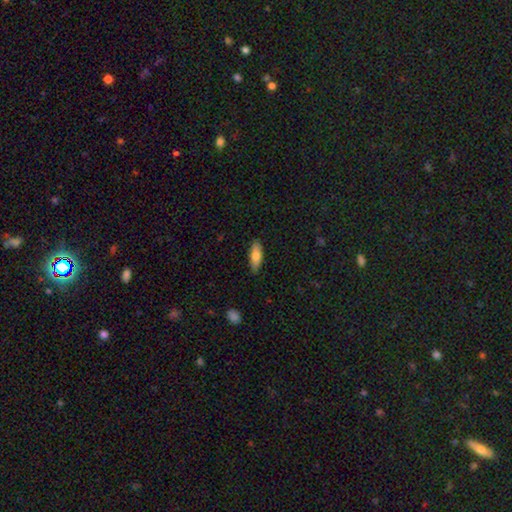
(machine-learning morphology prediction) smooth 77%, featured or disk 17%, star or artifact 6%. Down the decision tree: how rounded — in between (57%); merging — none (86%).